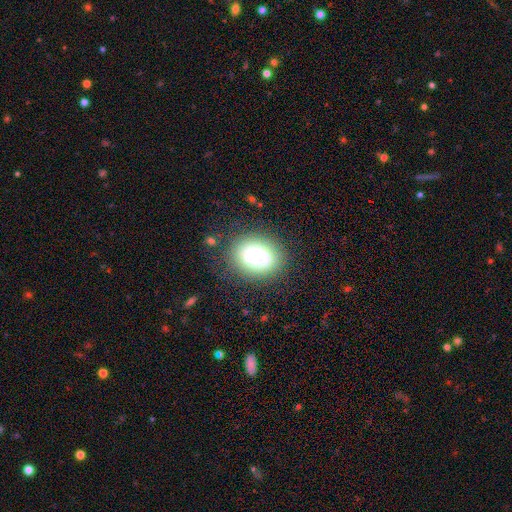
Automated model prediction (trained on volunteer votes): smooth_or_featured: smooth (p=0.73) [alt: featured or disk p=0.16]
how_rounded: in between (p=0.51) [alt: round p=0.47]
merging: none (p=0.75) [alt: minor disturbance p=0.15]